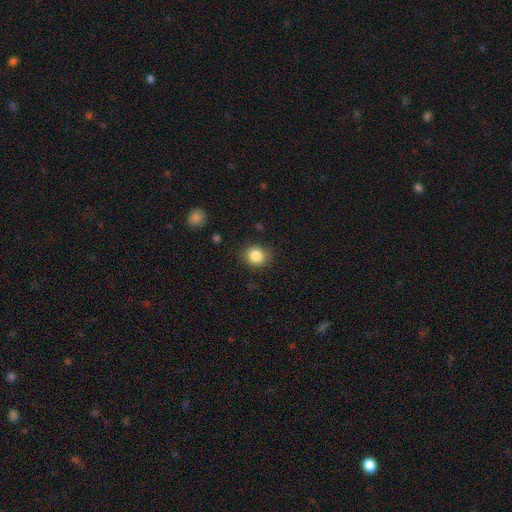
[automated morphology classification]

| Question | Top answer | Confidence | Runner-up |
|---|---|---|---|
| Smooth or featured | smooth | 85% | star or artifact (10%) |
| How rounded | round | 79% | in between (20%) |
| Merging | none | 83% | minor disturbance (12%) |